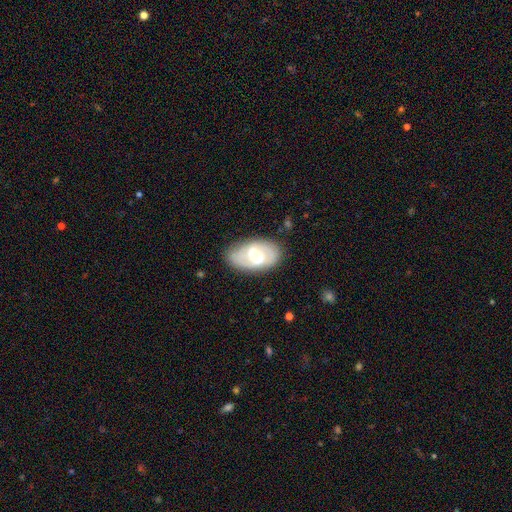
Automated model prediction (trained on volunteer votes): A featured or disk galaxy (63%) with a weak bar (51%), spiral arms (71%) and a moderate central bulge (55%). Merging: none (76%).